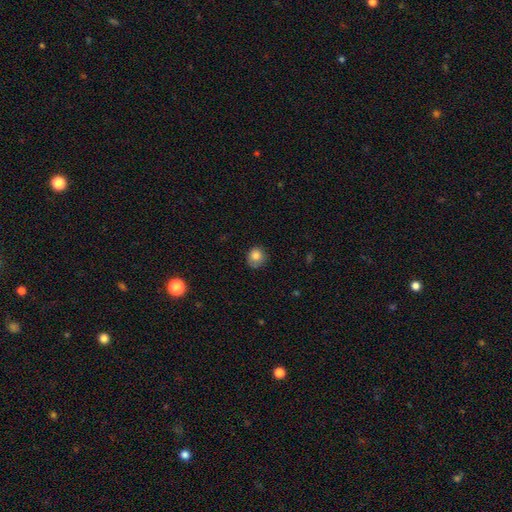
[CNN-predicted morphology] Q: Smooth or featured?
A: smooth (82%); runner-up: star or artifact (10%)
Q: How rounded?
A: round (82%); runner-up: in between (17%)
Q: Merging?
A: none (77%); runner-up: minor disturbance (18%)